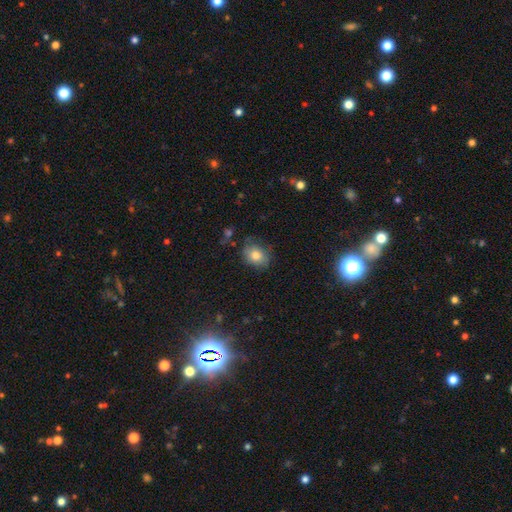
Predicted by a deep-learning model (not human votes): smooth 79%, featured or disk 12%, star or artifact 9%. Down the decision tree: how rounded — in between (50%); merging — none (72%).